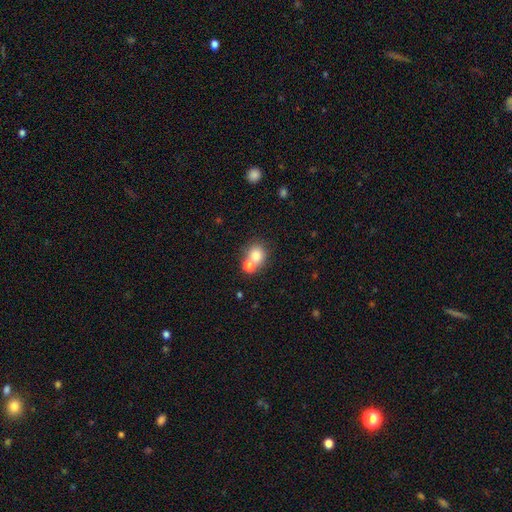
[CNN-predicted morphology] Smooth or featured? smooth (76%)
How rounded? round (81%)
Merging? none (48%)